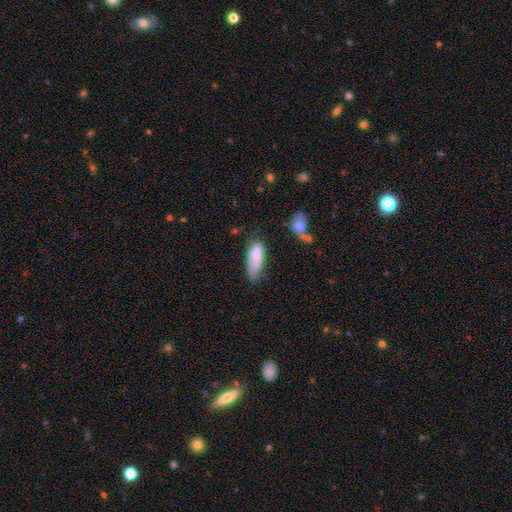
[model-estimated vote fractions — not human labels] This appears to be a smooth galaxy with no disk features (78%) that is in between round and cigar-shaped (70%). Merging: none (42%).